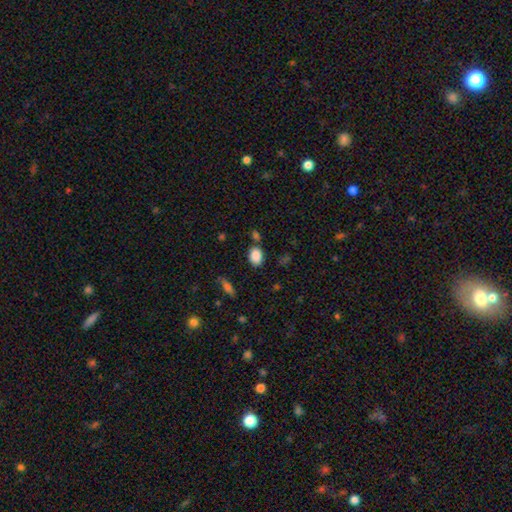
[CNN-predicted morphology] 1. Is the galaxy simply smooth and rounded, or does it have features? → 87% smooth, 8% star or artifact, 5% featured or disk.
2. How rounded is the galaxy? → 76% in between, 22% round, 1% cigar-shaped.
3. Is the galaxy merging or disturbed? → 75% none, 12% minor disturbance, 9% merger, 3% major disturbance.